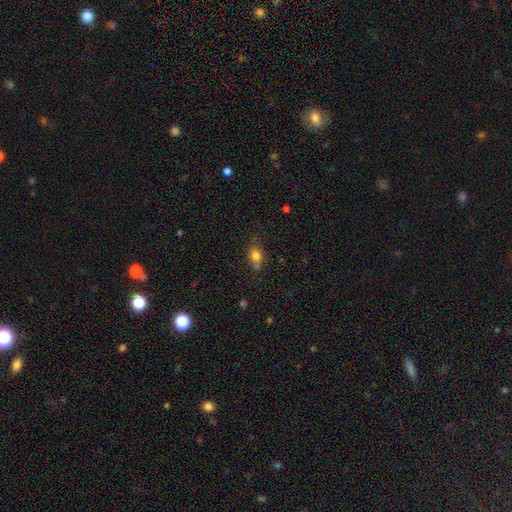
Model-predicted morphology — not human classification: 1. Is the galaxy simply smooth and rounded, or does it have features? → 79% smooth, 11% star or artifact, 10% featured or disk.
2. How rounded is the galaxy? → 56% in between, 42% round, 3% cigar-shaped.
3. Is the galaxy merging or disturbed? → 57% none, 23% minor disturbance, 14% merger, 6% major disturbance.